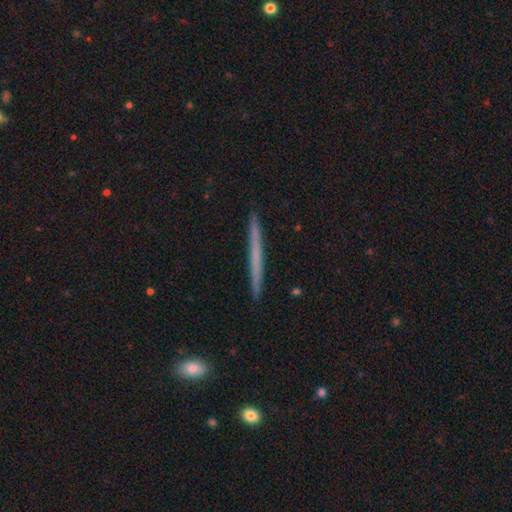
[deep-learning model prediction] This appears to be a smooth galaxy with no disk features (47%). Merging: none (92%).